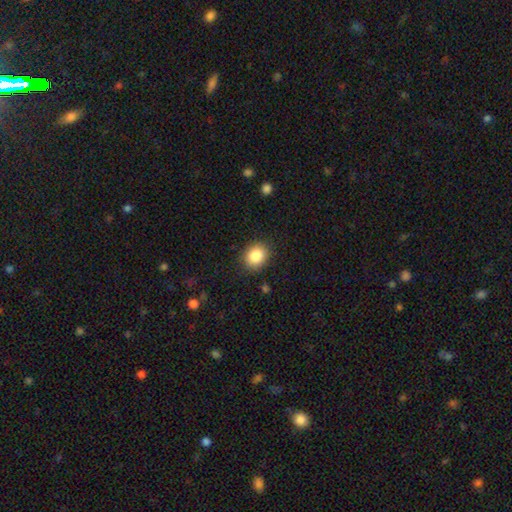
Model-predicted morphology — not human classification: Smooth or featured? smooth (86%)
How rounded? round (62%)
Merging? none (87%)